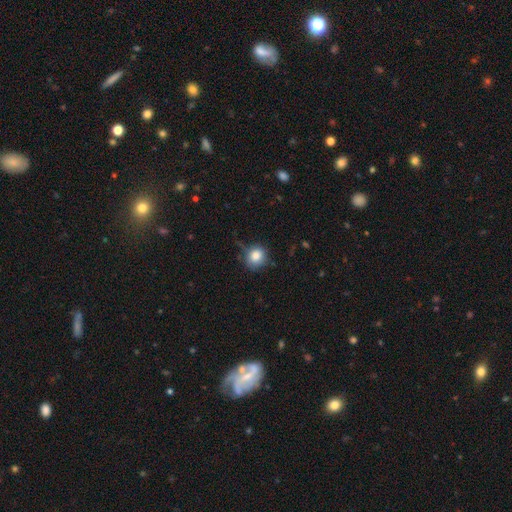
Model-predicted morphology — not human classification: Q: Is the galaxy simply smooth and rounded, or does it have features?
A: smooth — 83%.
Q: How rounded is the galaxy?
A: round — 87%.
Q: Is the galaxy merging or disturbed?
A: none — 71%.